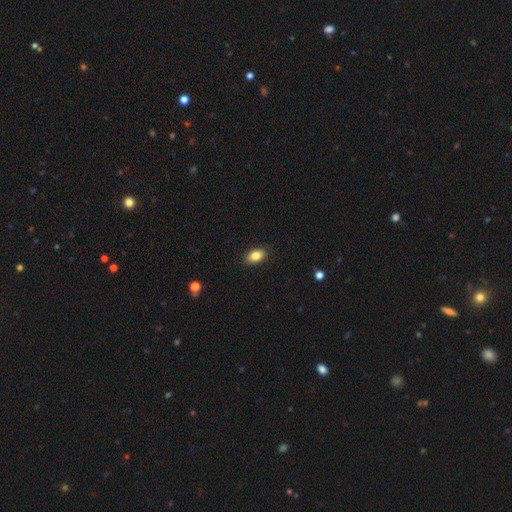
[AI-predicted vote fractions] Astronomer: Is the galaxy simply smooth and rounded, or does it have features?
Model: smooth — 85%.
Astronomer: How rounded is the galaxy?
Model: in between — 89%.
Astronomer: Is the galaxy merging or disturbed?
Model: none — 88%.